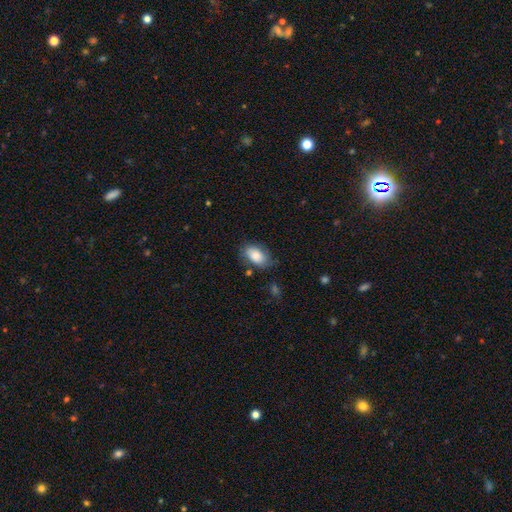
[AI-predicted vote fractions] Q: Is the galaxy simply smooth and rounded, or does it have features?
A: smooth — 83%.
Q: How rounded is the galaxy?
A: in between — 92%.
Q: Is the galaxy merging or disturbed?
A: none — 71%.